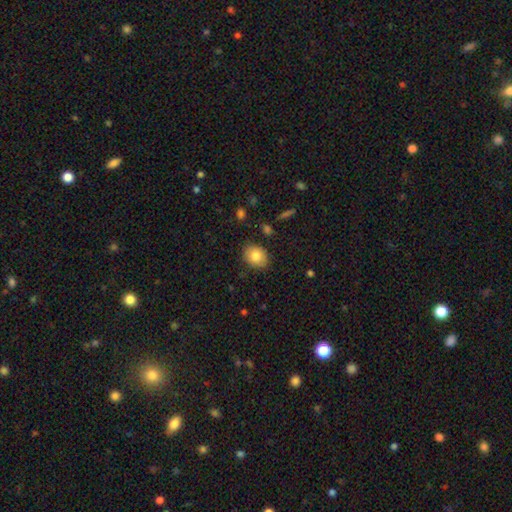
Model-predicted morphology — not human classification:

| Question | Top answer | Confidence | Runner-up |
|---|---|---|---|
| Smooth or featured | smooth | 80% | featured or disk (12%) |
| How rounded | in between | 55% | round (45%) |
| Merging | none | 85% | minor disturbance (11%) |